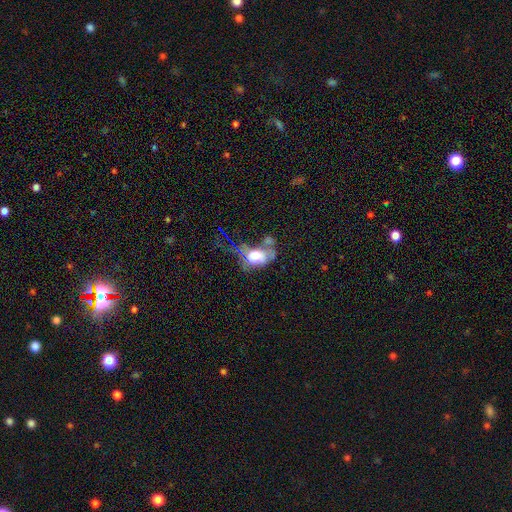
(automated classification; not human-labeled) smooth_or_featured: smooth (p=0.47) [alt: featured or disk p=0.37]
merging: major disturbance (p=0.33) [alt: merger p=0.30]